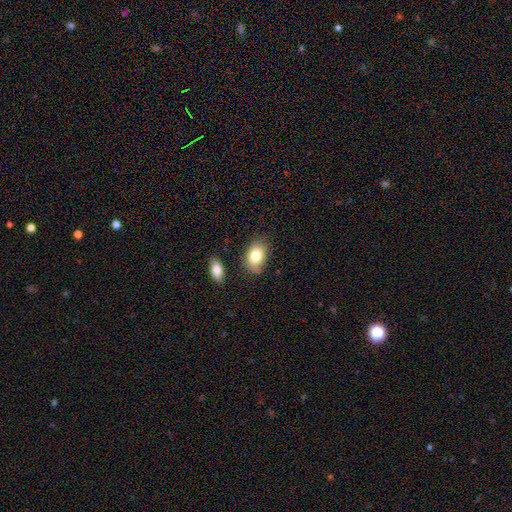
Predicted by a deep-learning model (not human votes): The model was most divided on "merging": none: 72%, minor disturbance: 19%, merger: 4%, major disturbance: 4%. More confident: how rounded — in between (86%); smooth or featured — smooth (81%).